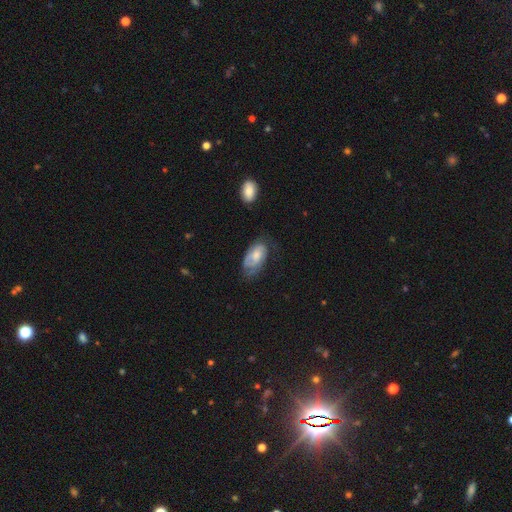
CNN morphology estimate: This is possibly a featured or disk galaxy (53%). It is clearly not viewed edge-on (94%). Merging: possibly none (52%).